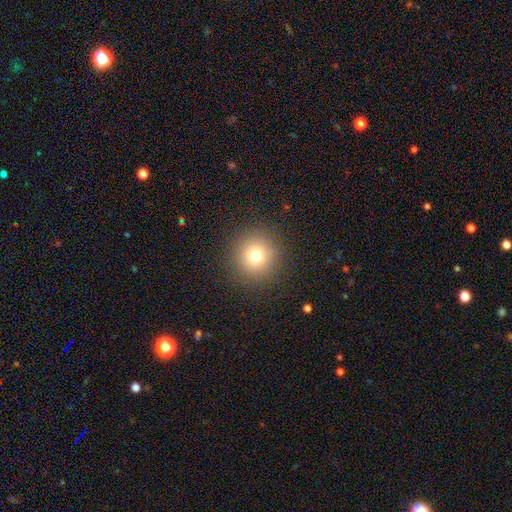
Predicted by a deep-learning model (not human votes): Smooth or featured? smooth (75%)
How rounded? round (94%)
Merging? none (90%)